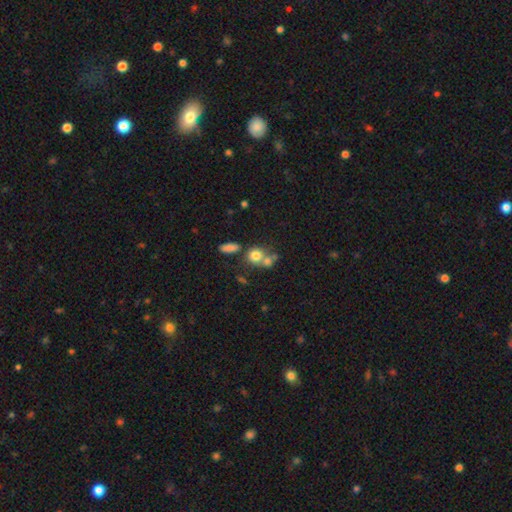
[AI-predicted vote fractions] Smooth or featured? Predicted: smooth (p=0.75). How rounded? Predicted: round (p=0.78). Merging? Predicted: none (p=0.44).